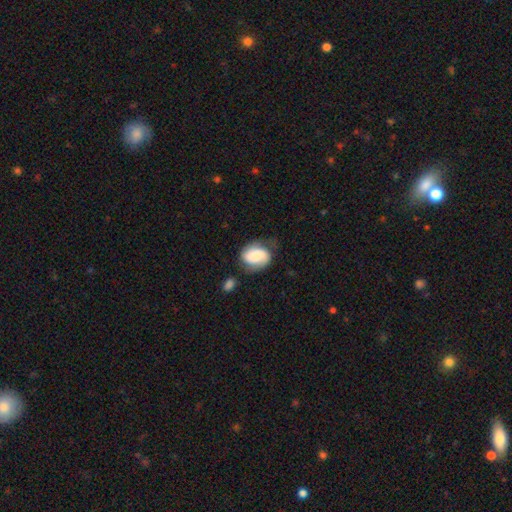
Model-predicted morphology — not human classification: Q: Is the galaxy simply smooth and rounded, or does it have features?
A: smooth — 51%.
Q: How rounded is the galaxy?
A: in between — 70%.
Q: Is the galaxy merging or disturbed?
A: none — 49%.